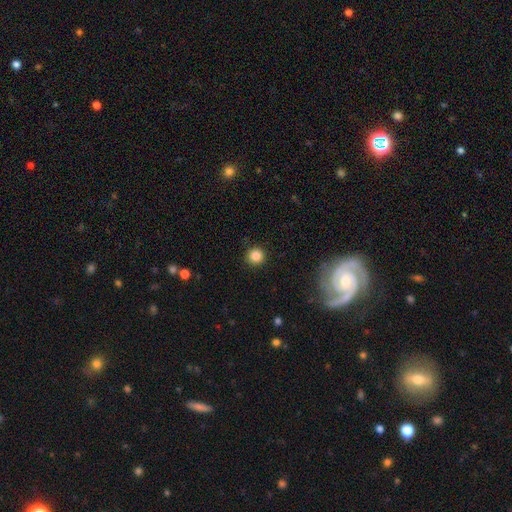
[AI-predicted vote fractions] This is clearly a smooth galaxy (85%). How rounded: clearly round (95%). Merging: clearly none (91%).